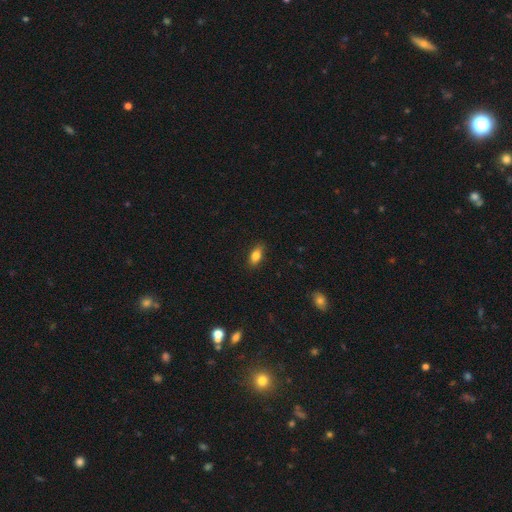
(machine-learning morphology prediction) The model was most divided on "merging": none: 85%, minor disturbance: 11%, major disturbance: 2%, merger: 1%. More confident: how rounded — in between (85%); smooth or featured — smooth (83%).